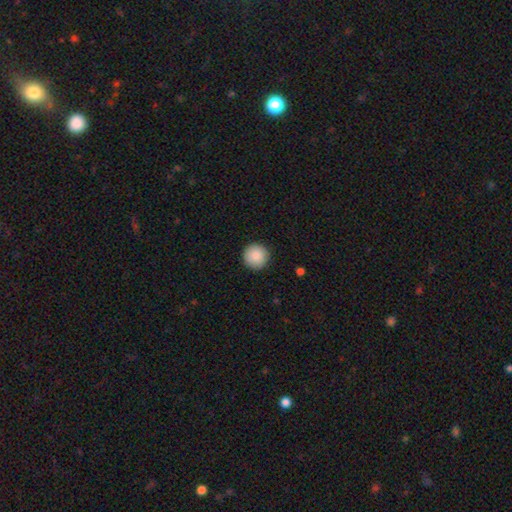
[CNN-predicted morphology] The model was most divided on "smooth or featured": smooth: 89%, star or artifact: 7%, featured or disk: 4%. More confident: how rounded — round (96%); merging — none (92%).